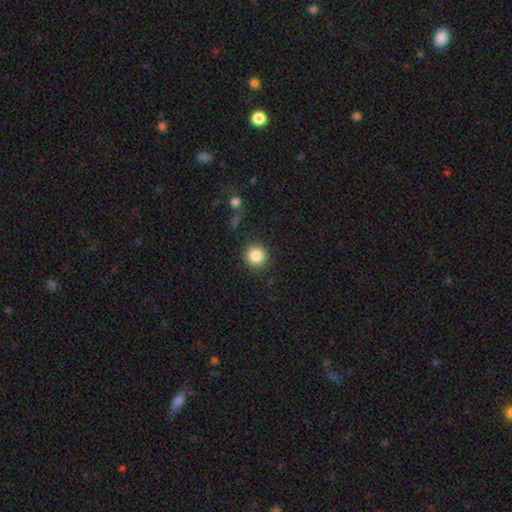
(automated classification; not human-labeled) Morphology: type=smooth (85%); roundness=round (93%); merging=none (89%).